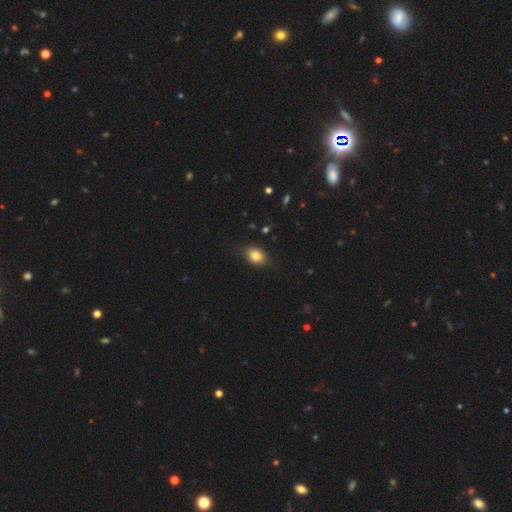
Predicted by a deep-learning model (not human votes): Smooth or featured?
  - smooth: 82% *
  - star or artifact: 10%
  - featured or disk: 8%
How rounded?
  - in between: 72% *
  - round: 27%
  - cigar-shaped: 1%
Merging?
  - none: 83% *
  - minor disturbance: 13%
  - major disturbance: 3%
  - merger: 1%